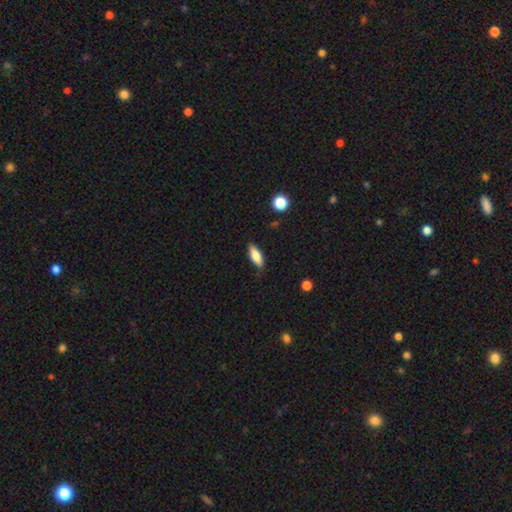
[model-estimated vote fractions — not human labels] This is likely a smooth galaxy (75%). How rounded: likely in between (65%). Merging: clearly none (81%).